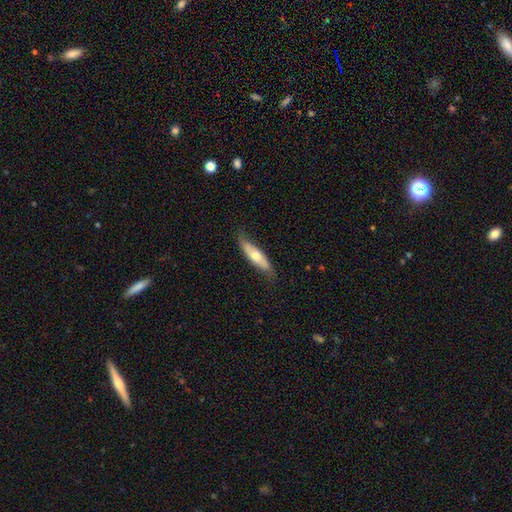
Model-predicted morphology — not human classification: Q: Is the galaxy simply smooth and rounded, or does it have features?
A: smooth — 56%.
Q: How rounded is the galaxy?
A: cigar-shaped — 58%.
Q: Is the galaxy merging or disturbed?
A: none — 77%.